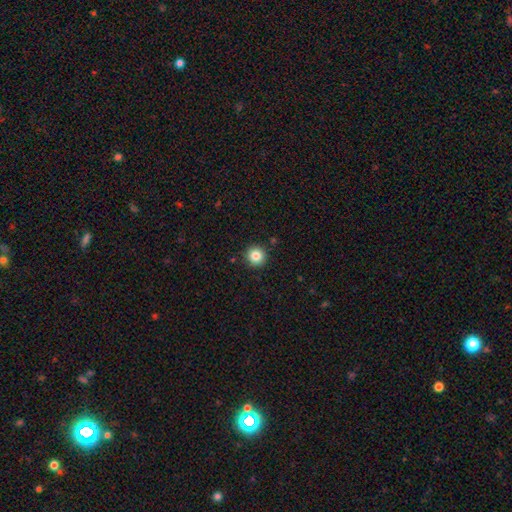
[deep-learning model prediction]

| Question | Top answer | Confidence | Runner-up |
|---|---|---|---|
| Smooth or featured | smooth | 84% | star or artifact (10%) |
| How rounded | round | 95% | in between (4%) |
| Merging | none | 92% | minor disturbance (5%) |